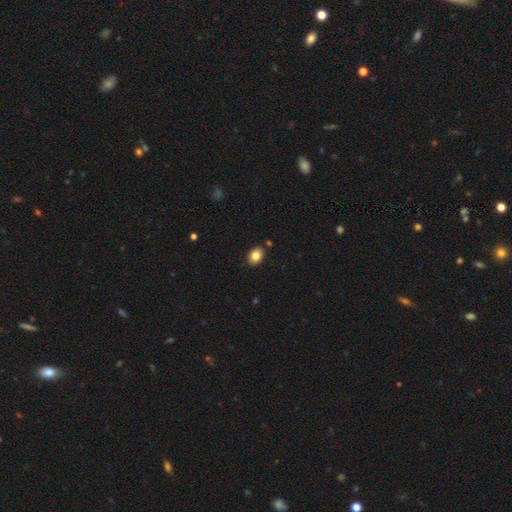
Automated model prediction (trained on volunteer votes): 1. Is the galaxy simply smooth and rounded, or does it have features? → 84% smooth, 9% star or artifact, 7% featured or disk.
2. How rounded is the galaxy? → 64% in between, 35% round, 1% cigar-shaped.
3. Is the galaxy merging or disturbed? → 86% none, 10% minor disturbance, 2% merger, 2% major disturbance.